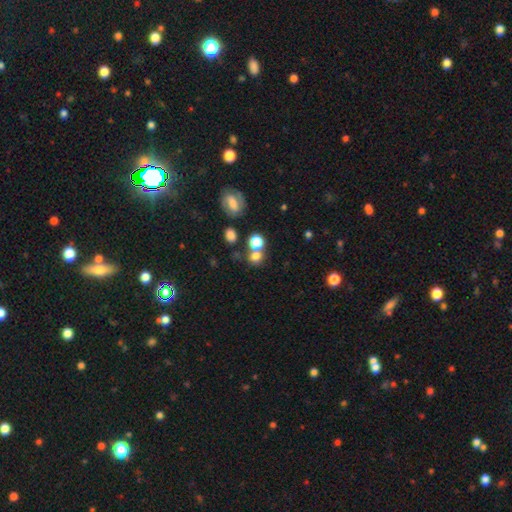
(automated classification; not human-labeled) A smooth galaxy with no disk features (75%) that is round (78%). Merging: none (53%).